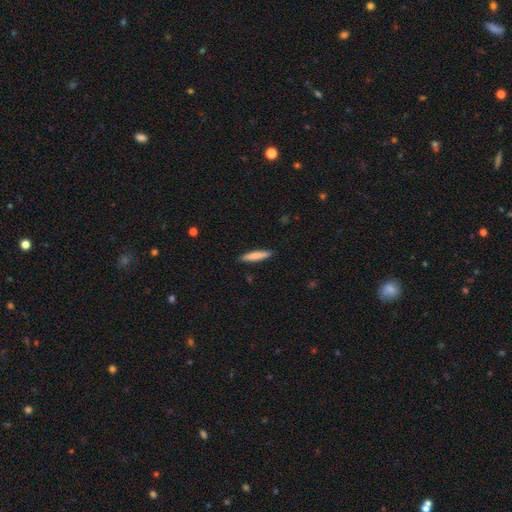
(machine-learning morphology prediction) smooth 80%, featured or disk 14%, star or artifact 5%. Down the decision tree: how rounded — cigar-shaped (89%); merging — none (89%).